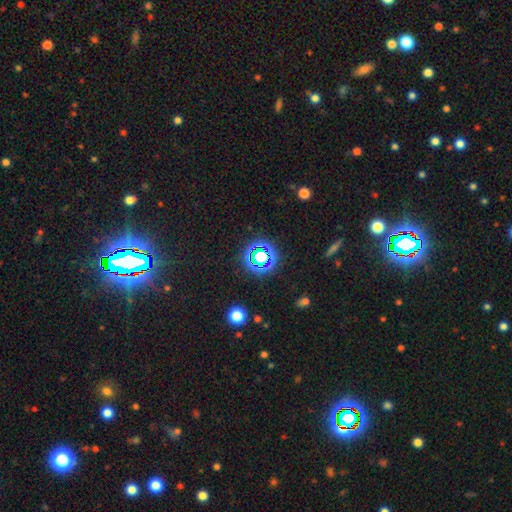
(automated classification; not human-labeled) Morphology: type=star or artifact (79%).